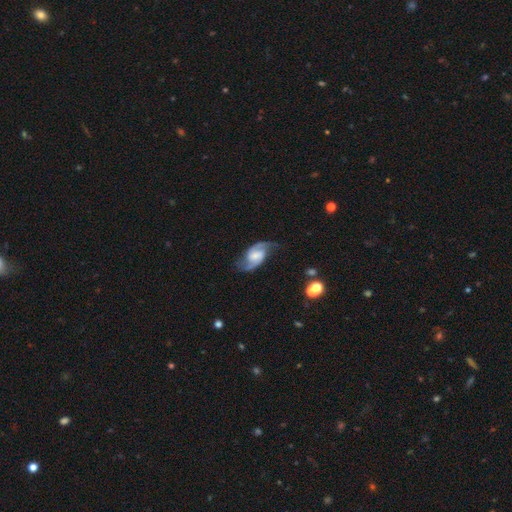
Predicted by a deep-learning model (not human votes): featured or disk 86%, smooth 8%, star or artifact 5%. Down the decision tree: edge-on disk — no (97%); bar — weak (49%); spiral arms — yes (97%); spiral arm count — 2 (93%); spiral winding — medium (51%); bulge size — small (35%); merging — none (75%).